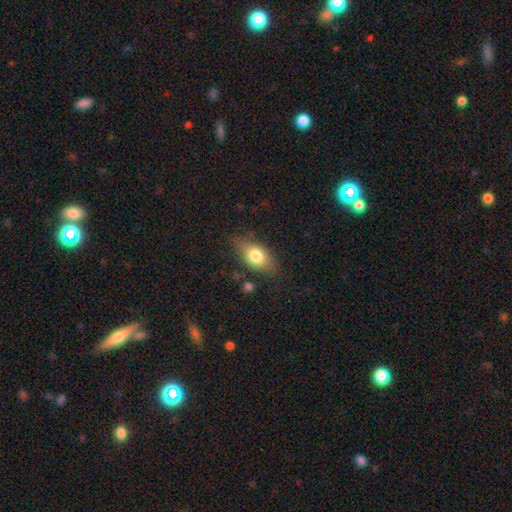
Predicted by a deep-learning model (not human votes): smooth 78%, featured or disk 15%, star or artifact 7%. Down the decision tree: how rounded — in between (85%); merging — none (74%).